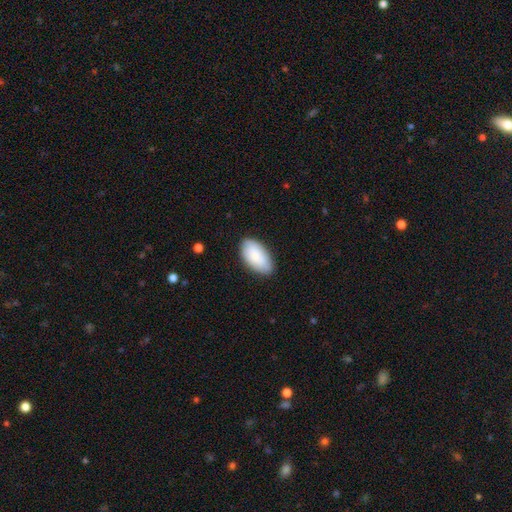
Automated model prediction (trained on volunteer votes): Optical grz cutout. It shows a smooth galaxy with no disk features (86%) that is in between round and cigar-shaped (96%). Merging: none (83%).